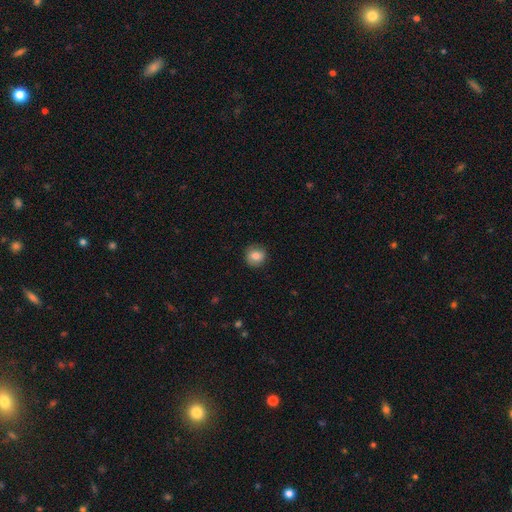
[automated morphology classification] Smooth or featured? smooth (82%)
How rounded? round (90%)
Merging? none (89%)